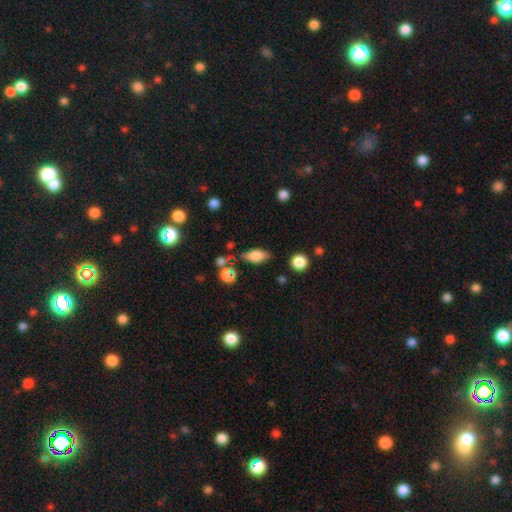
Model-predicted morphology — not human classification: smooth 76%, featured or disk 15%, star or artifact 9%. Down the decision tree: how rounded — in between (83%); merging — none (72%).